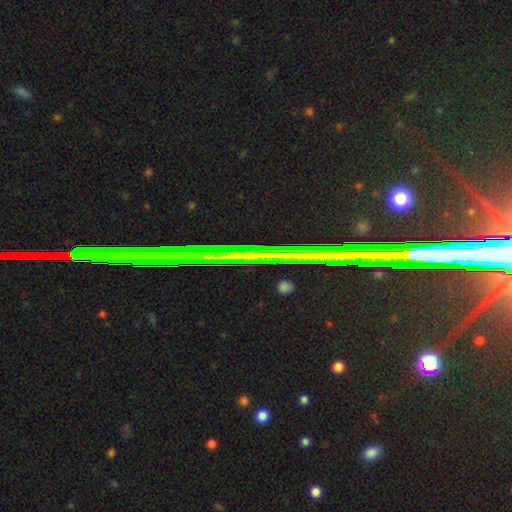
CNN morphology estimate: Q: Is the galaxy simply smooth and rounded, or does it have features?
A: star or artifact — 74%.